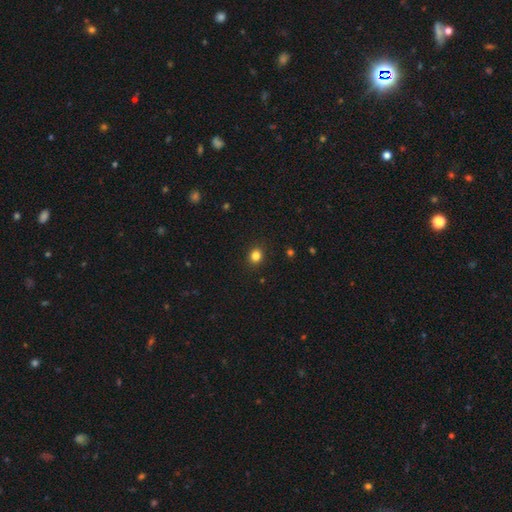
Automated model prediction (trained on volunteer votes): Overall: smooth (82%). How rounded: round (78%). Merging: none (91%).